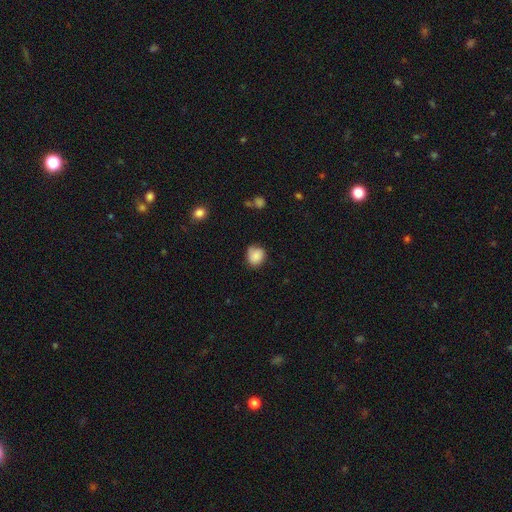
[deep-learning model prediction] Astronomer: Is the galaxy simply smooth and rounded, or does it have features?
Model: smooth — 85%.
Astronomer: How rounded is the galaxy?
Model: round — 74%.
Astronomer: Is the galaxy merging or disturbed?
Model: none — 68%.